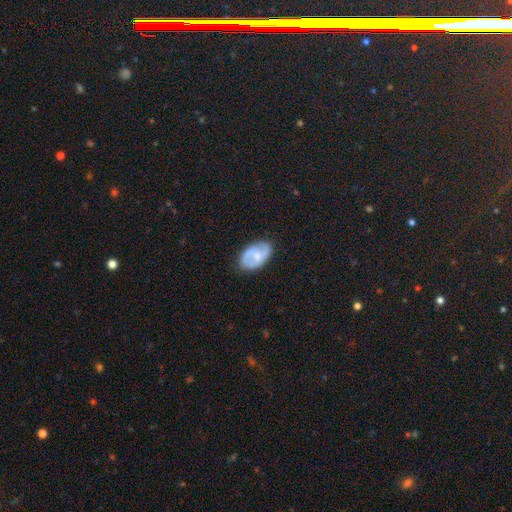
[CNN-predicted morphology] Q: Smooth or featured?
A: smooth (47%); tied with: featured or disk (47%)
Q: Merging?
A: none (75%); runner-up: minor disturbance (18%)